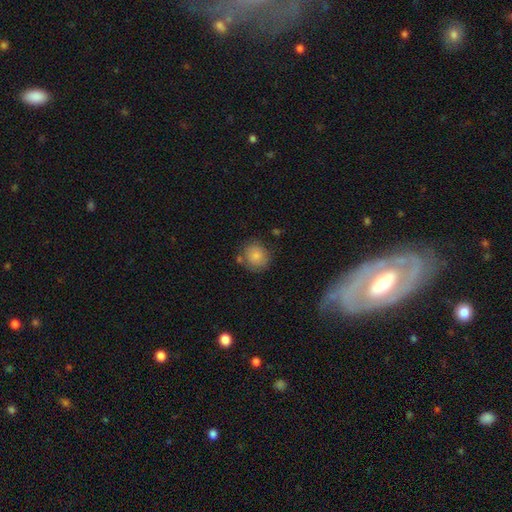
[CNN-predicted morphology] Overall: smooth (84%). How rounded: round (82%). Merging: none (74%).